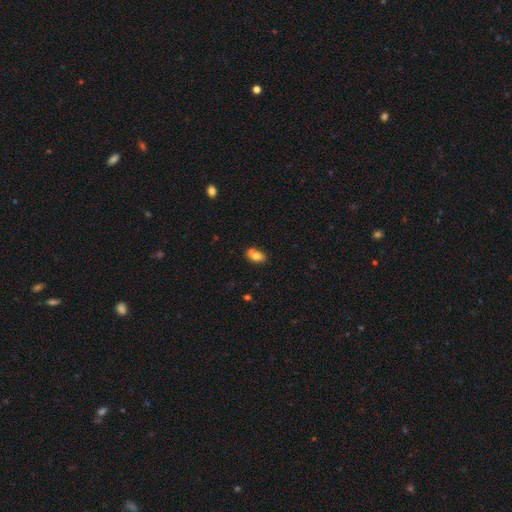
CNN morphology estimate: This is likely a smooth galaxy (77%). How rounded: clearly in between (88%). Merging: likely none (61%).